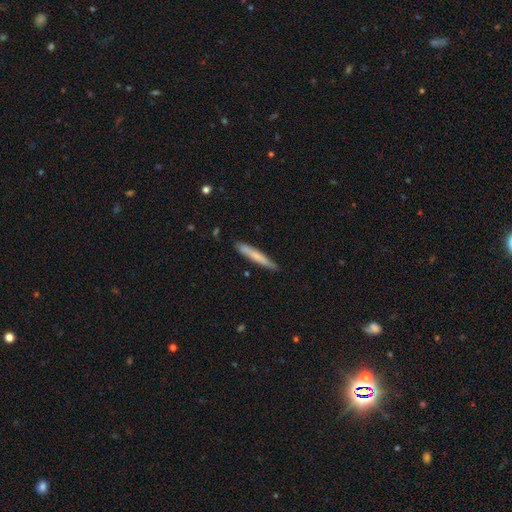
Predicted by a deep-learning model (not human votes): smooth 69%, featured or disk 25%, star or artifact 6%. Down the decision tree: how rounded — cigar-shaped (95%); merging — none (84%).